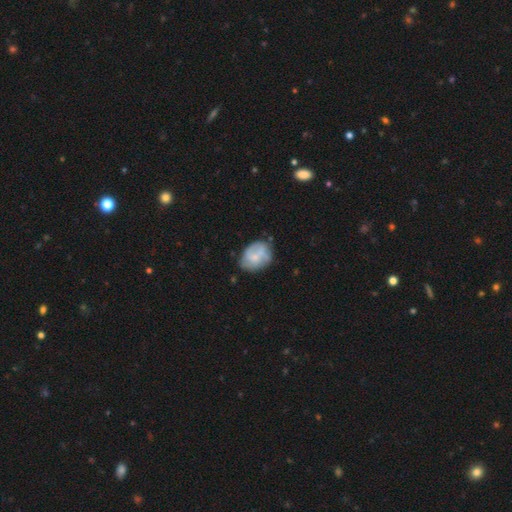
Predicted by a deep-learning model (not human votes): smooth-or-featured: smooth: 50% | featured or disk: 43% | star or artifact: 7%
  how-rounded: in between: 59% | round: 39% | cigar-shaped: 1%
  merging: none: 57% | minor disturbance: 27% | major disturbance: 9% | merger: 6%